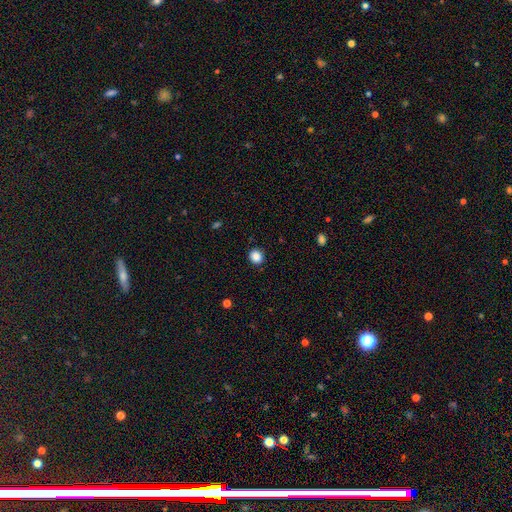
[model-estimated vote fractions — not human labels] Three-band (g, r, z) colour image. It shows a smooth galaxy with no disk features (87%) that is round (80%). Merging: none (90%).